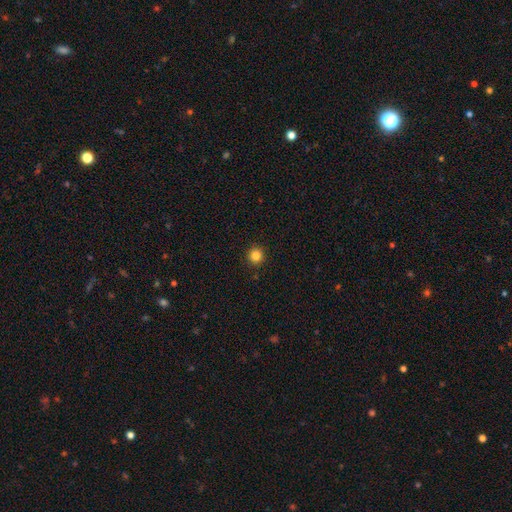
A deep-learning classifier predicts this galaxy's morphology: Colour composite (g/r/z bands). It shows a smooth galaxy with no disk features (84%) that is round (95%). Merging: none (92%).